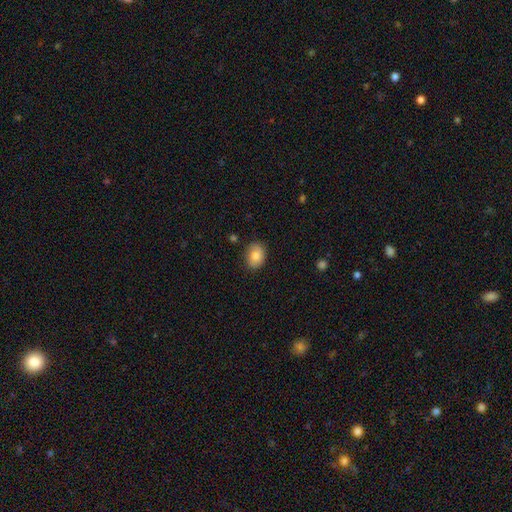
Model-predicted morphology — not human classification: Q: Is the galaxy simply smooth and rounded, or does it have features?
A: smooth — 84%.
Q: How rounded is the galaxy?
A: in between — 67%.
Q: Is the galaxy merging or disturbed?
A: none — 82%.